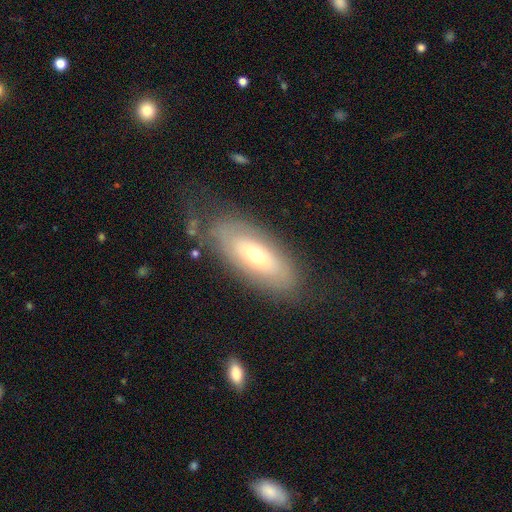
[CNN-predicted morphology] Smooth or featured? featured or disk (48%)
Merging? none (68%)